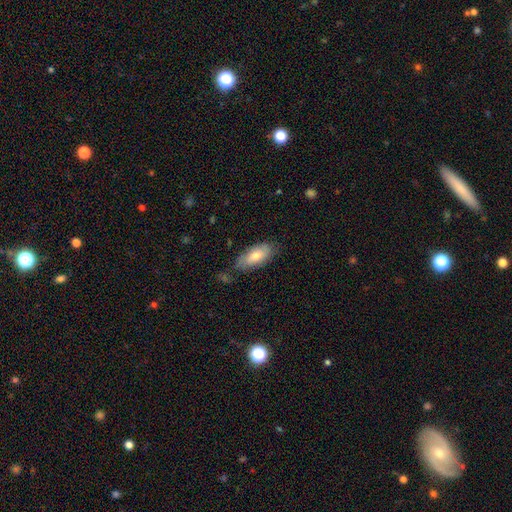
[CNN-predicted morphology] A smooth galaxy with no disk features (69%) that is in between round and cigar-shaped (87%).

Vote fractions:
- Smooth or featured? smooth: 69% / featured or disk: 24% / star or artifact: 7%
- How rounded? in between: 87% / cigar-shaped: 11% / round: 2%
- Merging? none: 71% / minor disturbance: 22% / major disturbance: 4% / merger: 3%